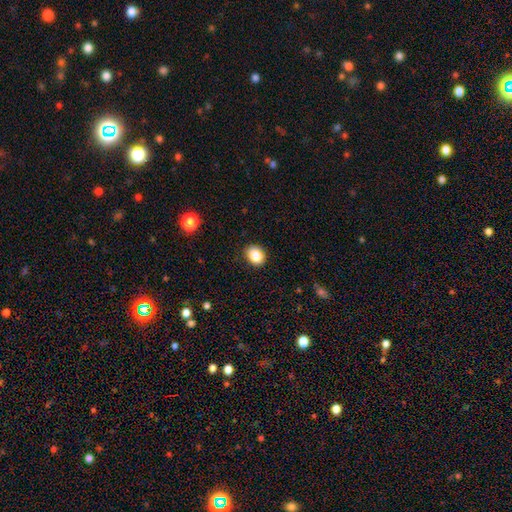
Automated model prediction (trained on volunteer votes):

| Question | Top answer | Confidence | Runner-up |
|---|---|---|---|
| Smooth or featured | smooth | 86% | star or artifact (9%) |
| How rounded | round | 50% | tied: in between (50%) |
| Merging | none | 87% | minor disturbance (9%) |